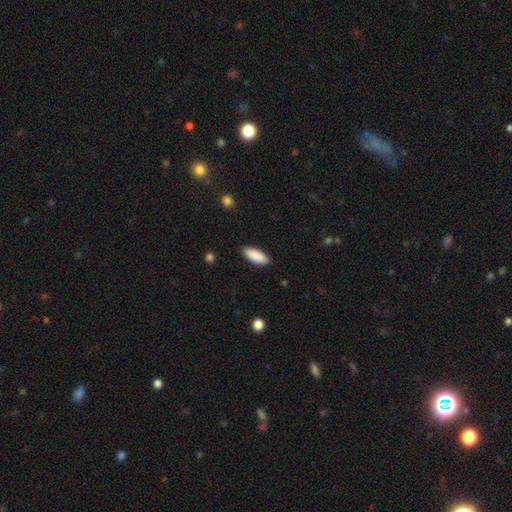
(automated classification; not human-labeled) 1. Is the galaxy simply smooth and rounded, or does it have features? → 89% smooth, 6% star or artifact, 5% featured or disk.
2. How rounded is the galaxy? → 76% in between, 23% cigar-shaped, 2% round.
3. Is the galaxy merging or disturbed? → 89% none, 8% minor disturbance, 2% major disturbance, 1% merger.